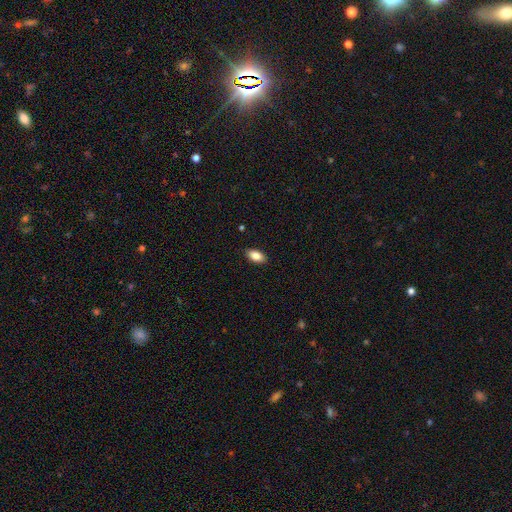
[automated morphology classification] The model was most divided on "smooth or featured": smooth: 86%, star or artifact: 7%, featured or disk: 7%. More confident: how rounded — in between (92%); merging — none (89%).